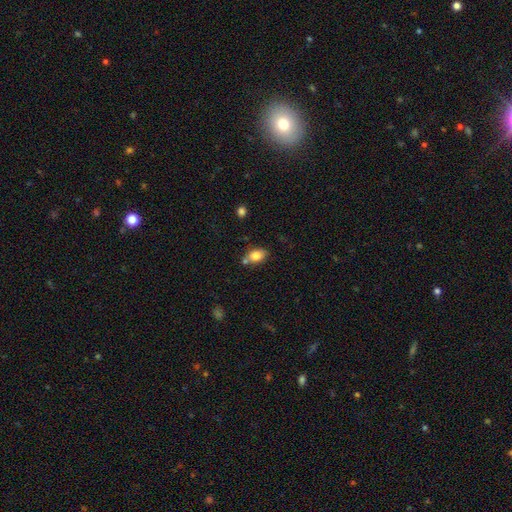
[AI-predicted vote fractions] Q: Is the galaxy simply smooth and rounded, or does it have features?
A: smooth — 82%.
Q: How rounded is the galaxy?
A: in between — 82%.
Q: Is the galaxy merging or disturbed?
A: none — 64%.